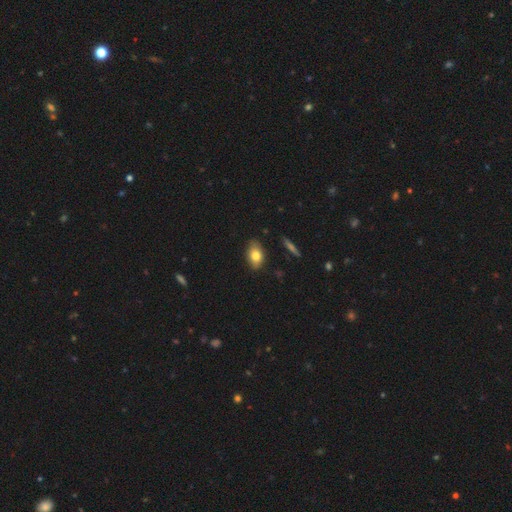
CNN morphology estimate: A smooth galaxy with no disk features (78%) that is in between round and cigar-shaped (87%).

Vote fractions:
- Smooth or featured? smooth: 78% / featured or disk: 15% / star or artifact: 8%
- How rounded? in between: 87% / round: 10% / cigar-shaped: 3%
- Merging? none: 84% / minor disturbance: 13% / major disturbance: 2% / merger: 1%